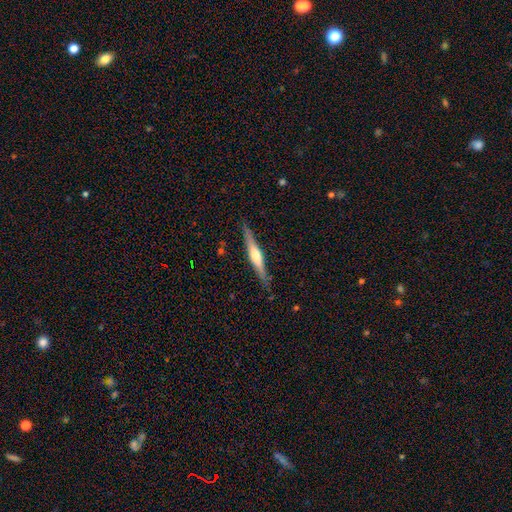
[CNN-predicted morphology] Smooth or featured: featured or disk — 65% (smooth — 29%)
Edge-on disk: yes — 97% (no — 3%)
Edge-on bulge: rounded — 83% (none — 9%)
Merging: none — 87% (minor disturbance — 10%)